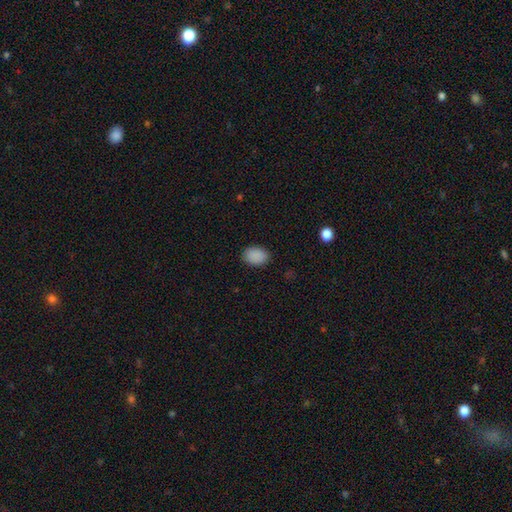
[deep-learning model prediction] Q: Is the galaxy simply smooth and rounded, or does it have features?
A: smooth — 89%.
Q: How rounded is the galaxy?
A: in between — 78%.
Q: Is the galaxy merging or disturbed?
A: none — 87%.